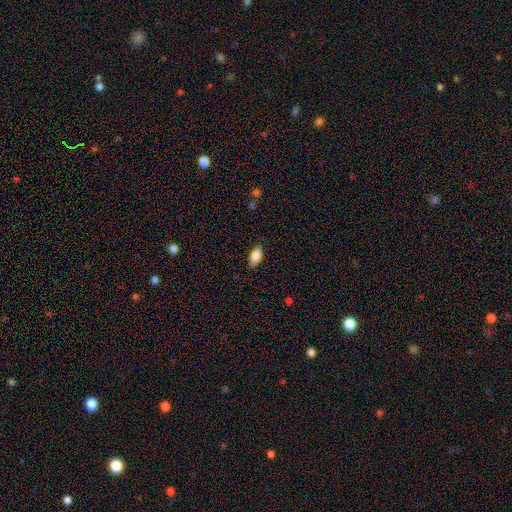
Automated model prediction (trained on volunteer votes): smooth-or-featured: smooth: 84% | featured or disk: 9% | star or artifact: 7%
  how-rounded: in between: 87% | cigar-shaped: 10% | round: 3%
  merging: none: 85% | minor disturbance: 12% | major disturbance: 2% | merger: 1%